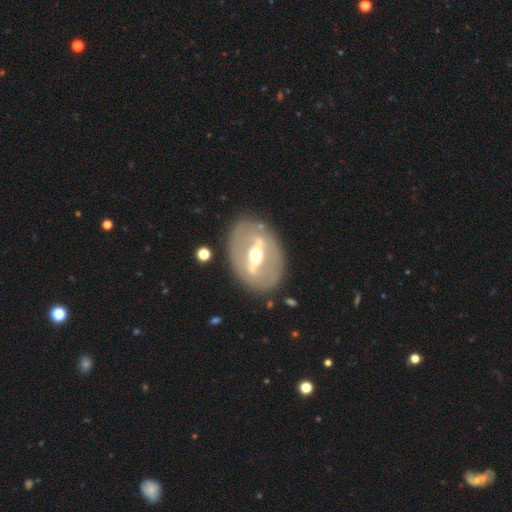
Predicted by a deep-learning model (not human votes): A featured or disk galaxy (78%) with a strong bar (74%), no spiral arms (75%) and a moderate central bulge (74%). Merging: none (82%).